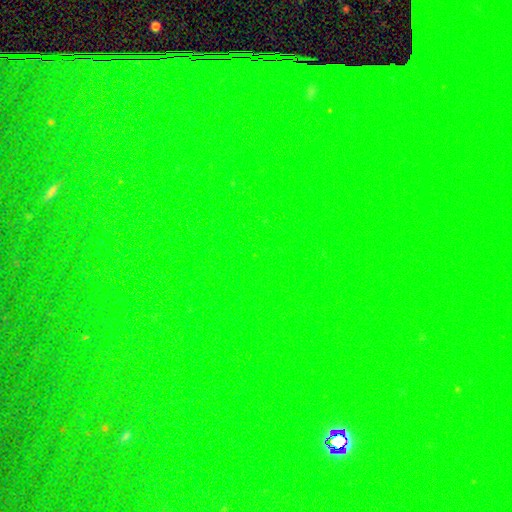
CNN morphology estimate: Smooth or featured: star or artifact — 79% (smooth — 12%)